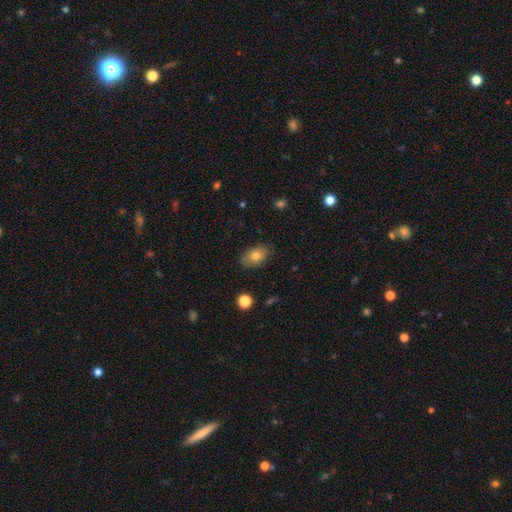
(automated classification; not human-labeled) Smooth or featured? Predicted: smooth (p=0.79). How rounded? Predicted: in between (p=0.87). Merging? Predicted: none (p=0.82).